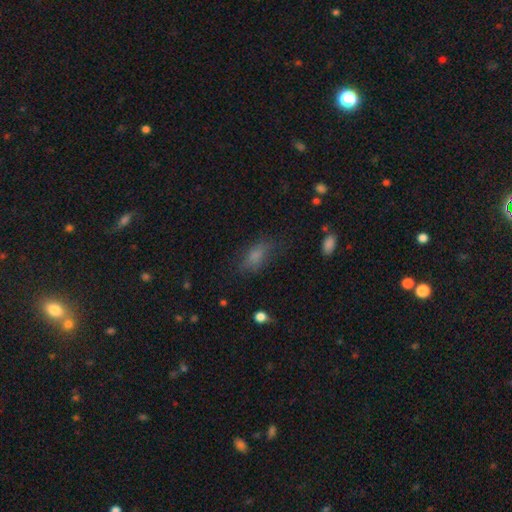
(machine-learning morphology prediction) Smooth or featured: smooth — 73% (star or artifact — 14%)
How rounded: in between — 80% (cigar-shaped — 13%)
Merging: none — 62% (minor disturbance — 23%)